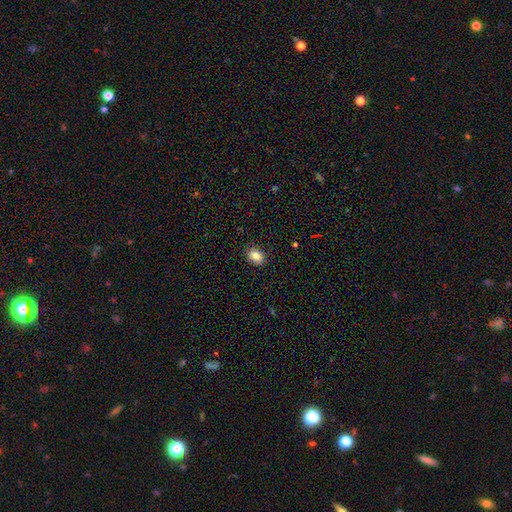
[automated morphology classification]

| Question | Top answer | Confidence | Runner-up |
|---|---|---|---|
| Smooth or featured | smooth | 85% | star or artifact (9%) |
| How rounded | in between | 67% | round (32%) |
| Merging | none | 87% | minor disturbance (10%) |